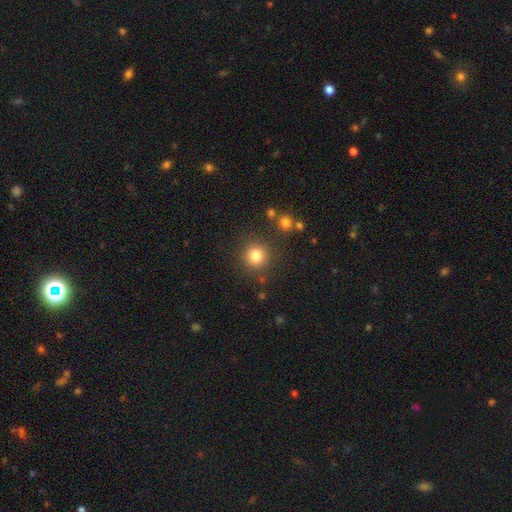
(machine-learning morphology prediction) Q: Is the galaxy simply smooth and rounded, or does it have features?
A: smooth — 82%.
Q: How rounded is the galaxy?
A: round — 93%.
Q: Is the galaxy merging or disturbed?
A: none — 86%.